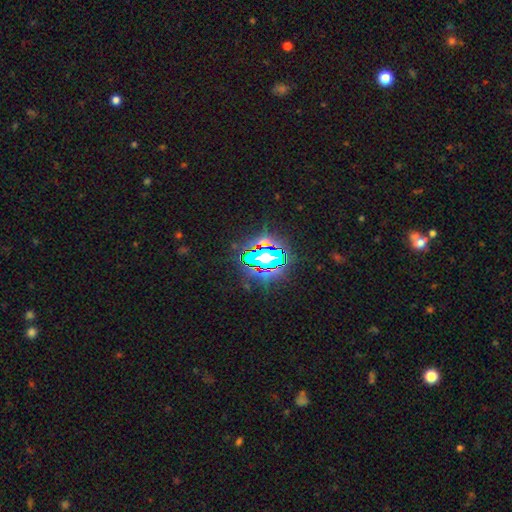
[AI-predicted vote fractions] Q: Smooth or featured?
A: star or artifact (72%); runner-up: smooth (17%)